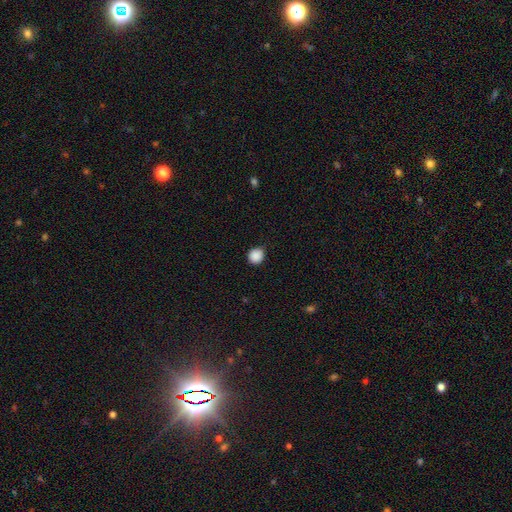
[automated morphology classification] The model was most divided on "how rounded": round: 86%, in between: 13%, cigar-shaped: 1%. More confident: smooth or featured — smooth (88%); merging — none (87%).